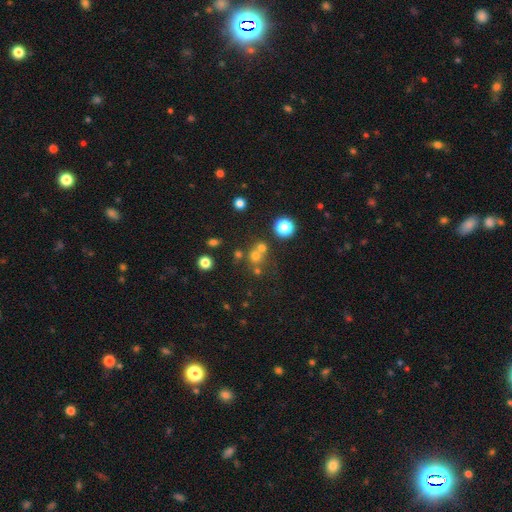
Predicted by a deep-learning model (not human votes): This is likely a smooth galaxy (63%). How rounded: clearly round (87%). Merging: possibly none (51%).